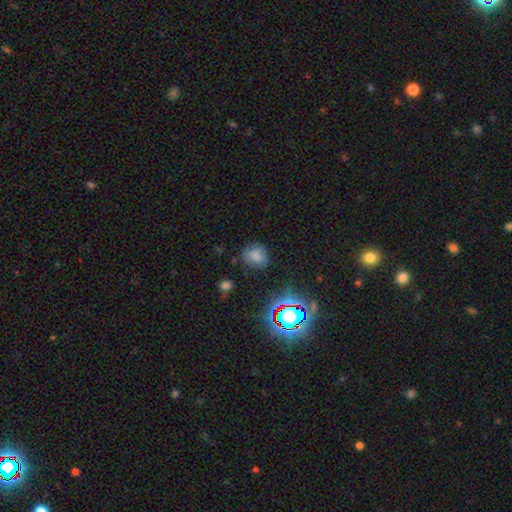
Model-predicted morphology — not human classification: Smooth or featured? Predicted: smooth (p=0.70). How rounded? Predicted: round (p=0.57). Merging? Predicted: none (p=0.70).